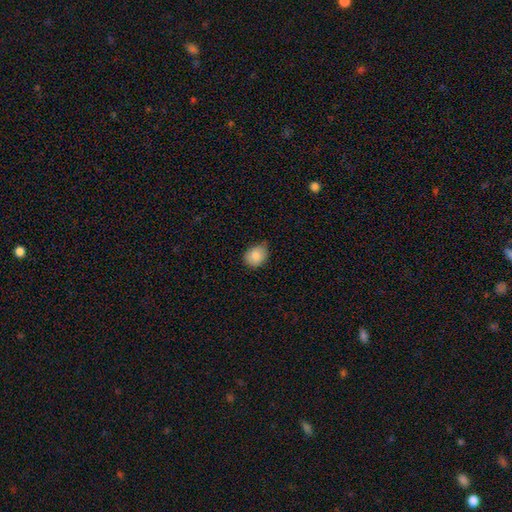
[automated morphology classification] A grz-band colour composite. It shows a smooth galaxy with no disk features (86%) that is round (54%). Merging: none (67%).